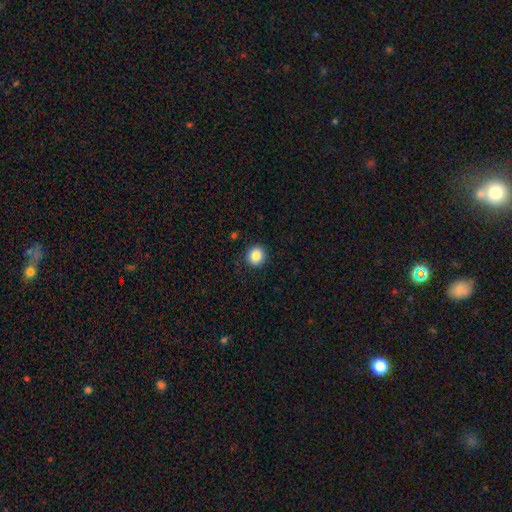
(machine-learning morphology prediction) The model was most divided on "smooth or featured": smooth: 87%, star or artifact: 9%, featured or disk: 4%. More confident: merging — none (90%); how rounded — round (90%).